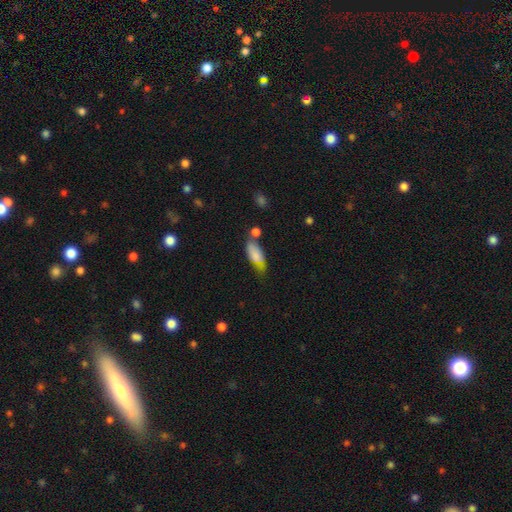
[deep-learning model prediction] Smooth or featured?
  - smooth: 78% *
  - featured or disk: 15%
  - star or artifact: 7%
How rounded?
  - in between: 79% *
  - cigar-shaped: 19%
  - round: 3%
Merging?
  - none: 42% *
  - minor disturbance: 29%
  - merger: 17%
  - major disturbance: 12%